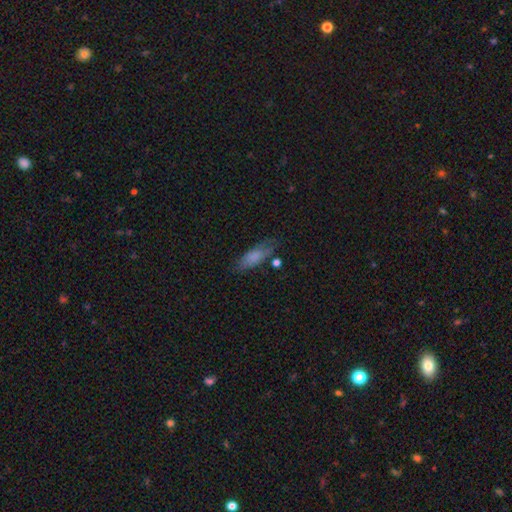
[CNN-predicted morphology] type=smooth (69%); roundness=in between (50%); merging=none (75%).